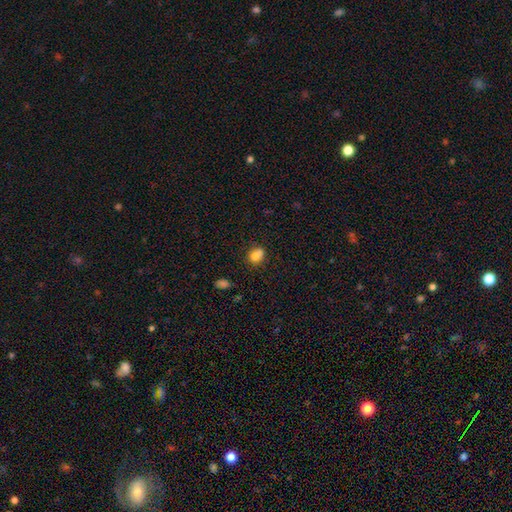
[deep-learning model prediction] This appears to be a smooth galaxy with no disk features (76%) that is round (64%). Merging: none (46%).